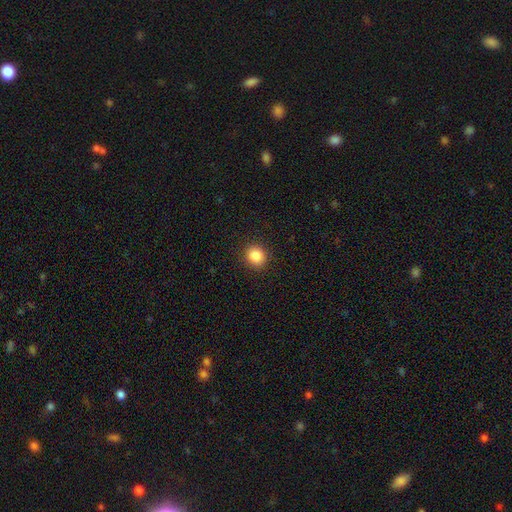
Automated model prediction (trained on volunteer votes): Smooth or featured? Predicted: smooth (p=0.86). How rounded? Predicted: round (p=0.78). Merging? Predicted: none (p=0.90).